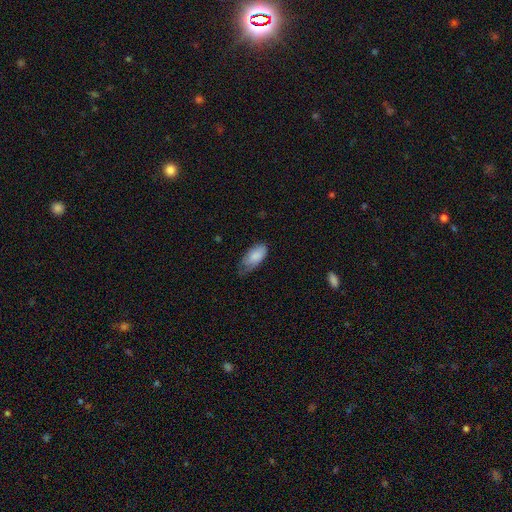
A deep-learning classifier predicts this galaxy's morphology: A smooth galaxy with no disk features (82%) that is in between round and cigar-shaped (92%).

Vote fractions:
- Smooth or featured? smooth: 82% / featured or disk: 12% / star or artifact: 6%
- How rounded? in between: 92% / cigar-shaped: 6% / round: 2%
- Merging? minor disturbance: 44% / none: 39% / major disturbance: 15% / merger: 1%